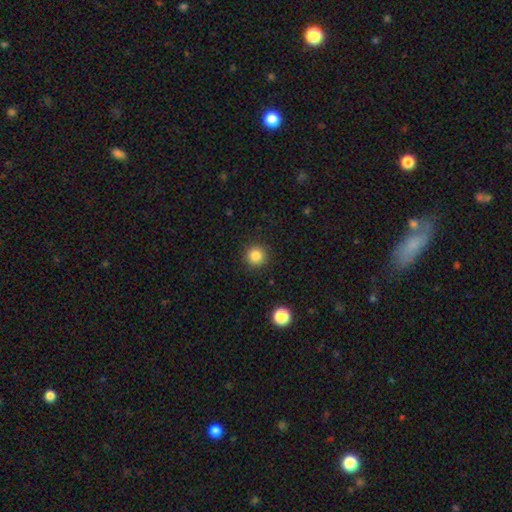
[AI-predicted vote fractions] smooth 84%, star or artifact 11%, featured or disk 5%. Down the decision tree: how rounded — round (95%); merging — none (91%).